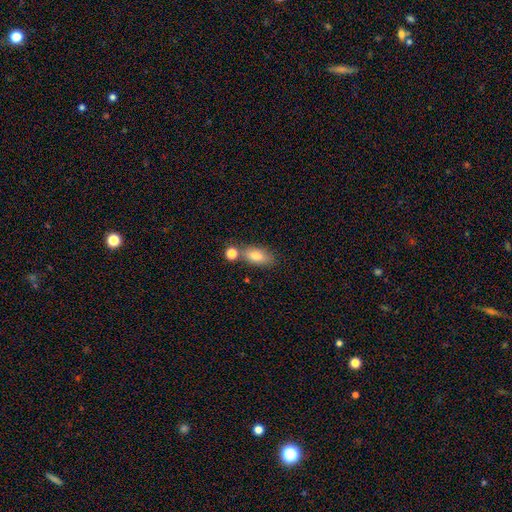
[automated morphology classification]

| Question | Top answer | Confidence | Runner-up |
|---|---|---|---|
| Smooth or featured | smooth | 79% | featured or disk (13%) |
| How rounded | in between | 84% | cigar-shaped (9%) |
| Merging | none | 62% | merger (20%) |